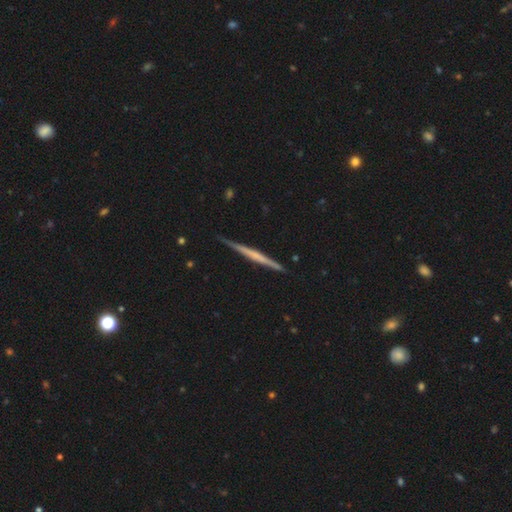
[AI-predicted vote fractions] The model was most divided on "smooth or featured": featured or disk: 63%, smooth: 32%, star or artifact: 5%. More confident: edge-on disk — yes (98%); merging — none (88%); edge-on bulge — none (70%).